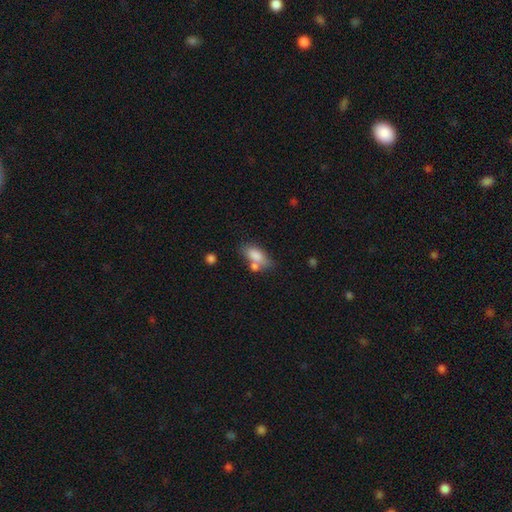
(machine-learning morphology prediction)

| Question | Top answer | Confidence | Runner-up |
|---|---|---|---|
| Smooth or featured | smooth | 80% | featured or disk (12%) |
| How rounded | in between | 84% | cigar-shaped (11%) |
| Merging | none | 49% | merger (29%) |